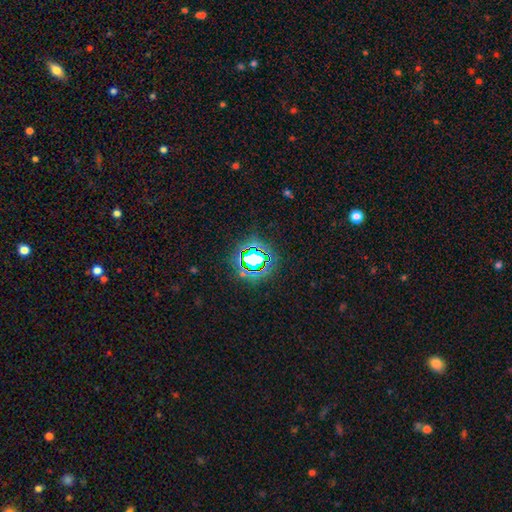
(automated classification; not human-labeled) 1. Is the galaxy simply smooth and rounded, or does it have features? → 66% star or artifact, 23% smooth, 11% featured or disk.